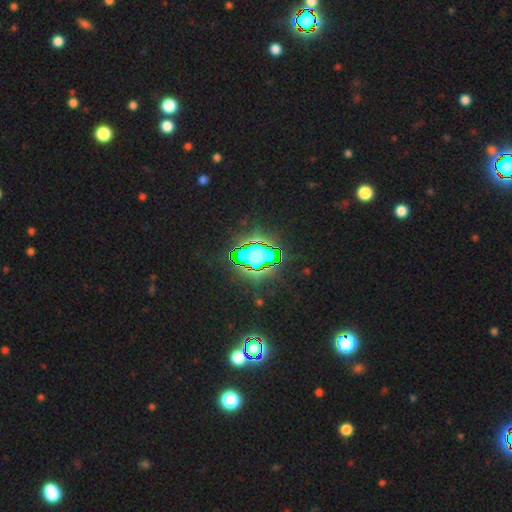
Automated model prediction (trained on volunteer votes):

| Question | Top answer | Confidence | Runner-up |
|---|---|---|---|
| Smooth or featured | star or artifact | 66% | smooth (21%) |